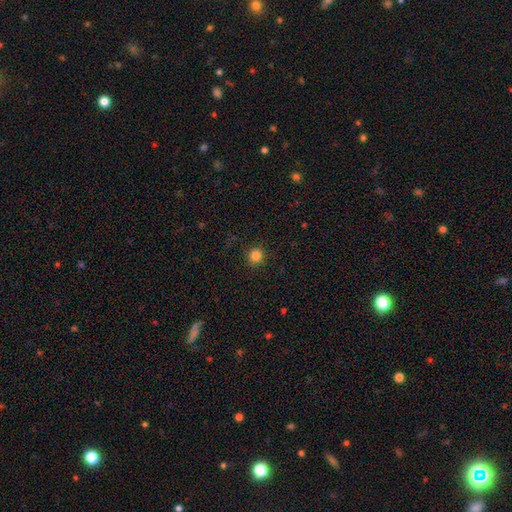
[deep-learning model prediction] Smooth or featured?
  - smooth: 84% *
  - star or artifact: 12%
  - featured or disk: 4%
How rounded?
  - round: 91% *
  - in between: 8%
  - cigar-shaped: 1%
Merging?
  - none: 91% *
  - minor disturbance: 6%
  - major disturbance: 2%
  - merger: 1%